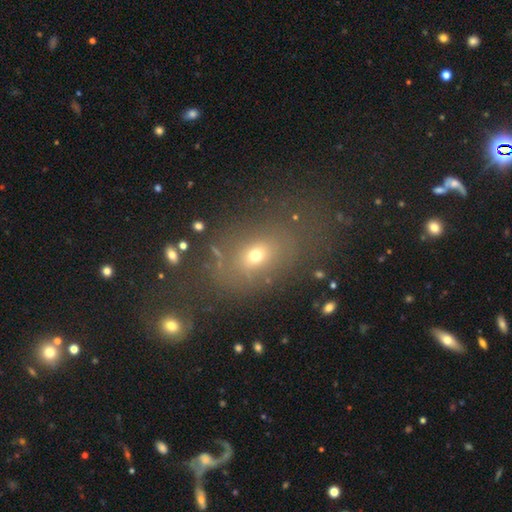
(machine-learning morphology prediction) type=smooth (63%); roundness=in between (66%); merging=none (66%).